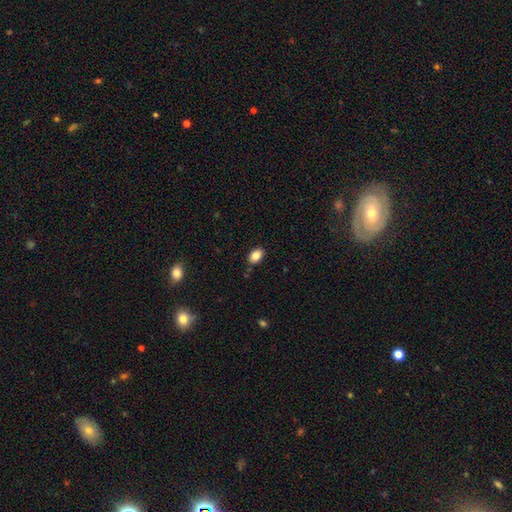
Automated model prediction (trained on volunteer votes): smooth_or_featured: smooth (p=0.85) [alt: star or artifact p=0.09]
how_rounded: in between (p=0.86) [alt: round p=0.13]
merging: none (p=0.83) [alt: minor disturbance p=0.12]